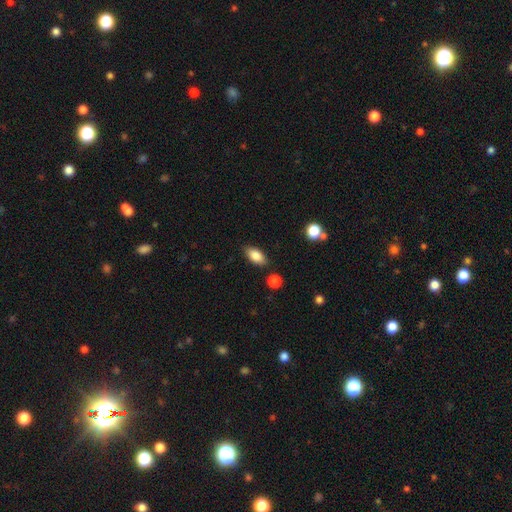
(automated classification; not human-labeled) Smooth or featured: smooth — 85% (featured or disk — 8%)
How rounded: in between — 89% (cigar-shaped — 7%)
Merging: none — 84% (minor disturbance — 11%)